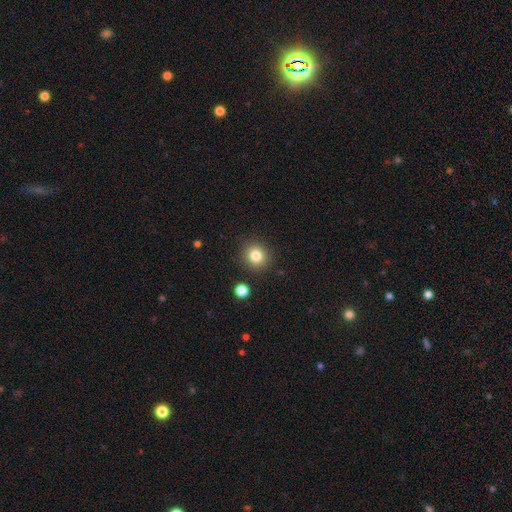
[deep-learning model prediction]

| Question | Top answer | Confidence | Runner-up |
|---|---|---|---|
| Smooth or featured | smooth | 82% | star or artifact (12%) |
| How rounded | round | 89% | in between (10%) |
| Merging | none | 89% | minor disturbance (7%) |